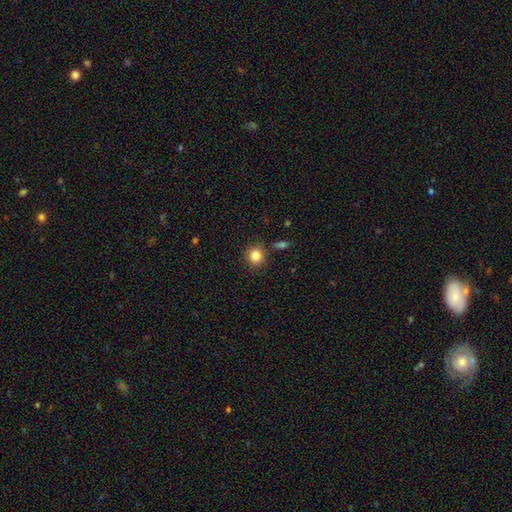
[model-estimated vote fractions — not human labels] The model was most divided on "how rounded": round: 86%, in between: 13%, cigar-shaped: 1%. More confident: merging — none (84%); smooth or featured — smooth (84%).